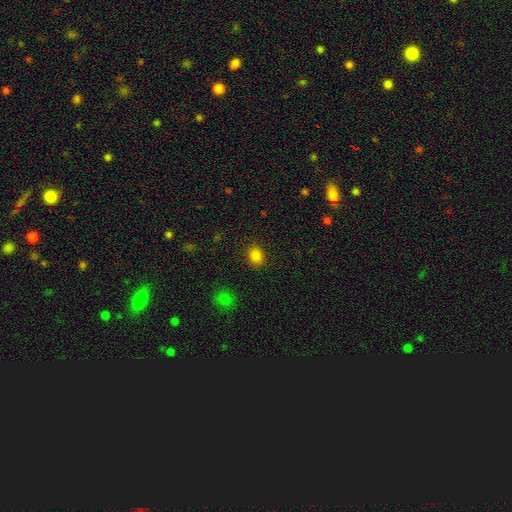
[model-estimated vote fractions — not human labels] smooth 84%, star or artifact 11%, featured or disk 4%. Down the decision tree: how rounded — round (55%); merging — none (89%).